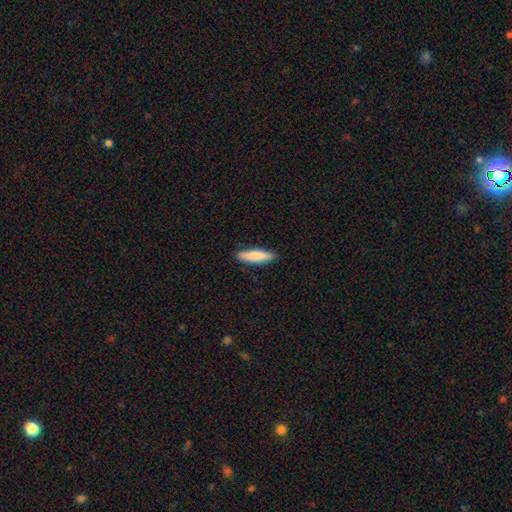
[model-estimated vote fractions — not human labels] Morphology: type=smooth (81%); roundness=cigar-shaped (75%); merging=none (89%).